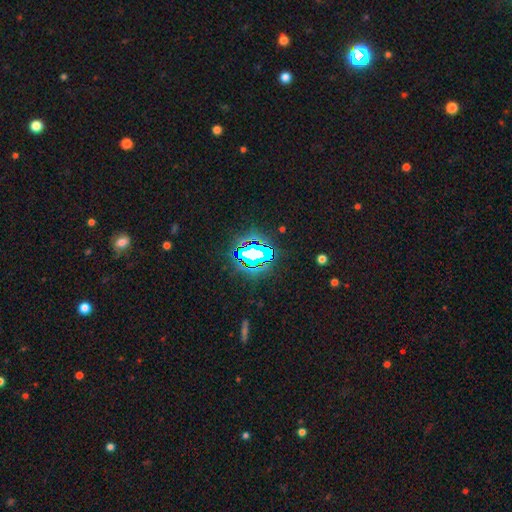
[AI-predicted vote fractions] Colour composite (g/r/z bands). It shows a star or artifact, not a galaxy (69%).